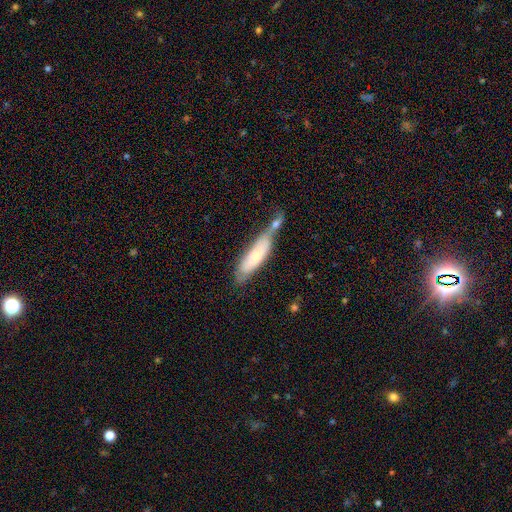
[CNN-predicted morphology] Smooth or featured? Predicted: smooth (p=0.57). How rounded? Predicted: cigar-shaped (p=0.62). Merging? Predicted: merger (p=0.45).